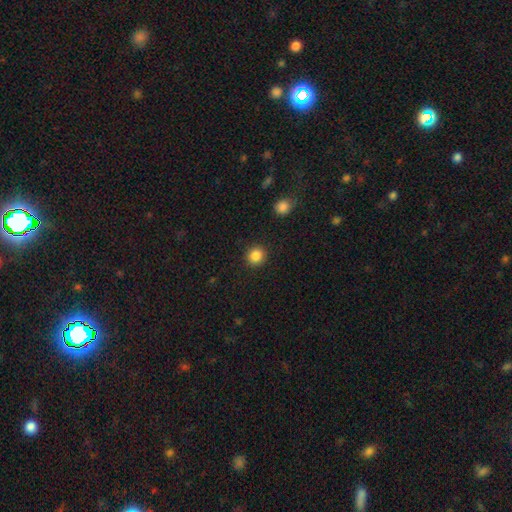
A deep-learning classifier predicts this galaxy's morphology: The model was most divided on "smooth or featured": smooth: 86%, star or artifact: 10%, featured or disk: 4%. More confident: merging — none (91%); how rounded — round (90%).